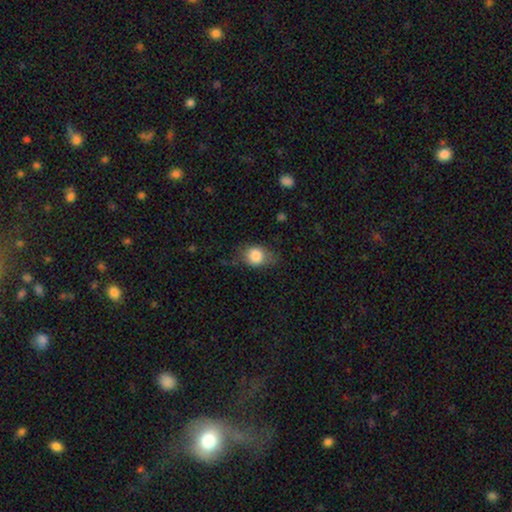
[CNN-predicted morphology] smooth-or-featured: smooth: 81% | featured or disk: 10% | star or artifact: 8%
  how-rounded: round: 56% | in between: 43% | cigar-shaped: 1%
  merging: none: 61% | minor disturbance: 27% | major disturbance: 11% | merger: 1%